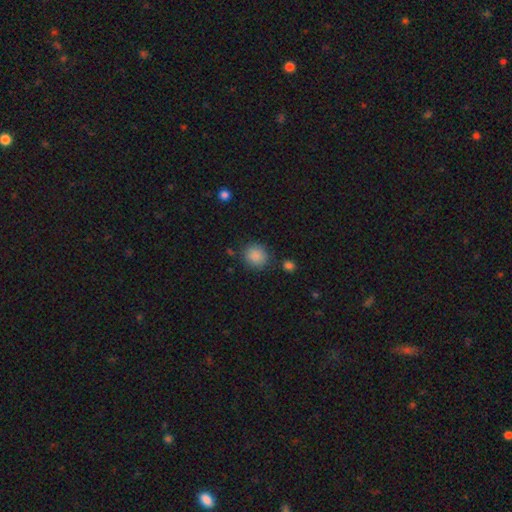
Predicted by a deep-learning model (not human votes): Smooth or featured? smooth (87%)
How rounded? round (84%)
Merging? none (82%)